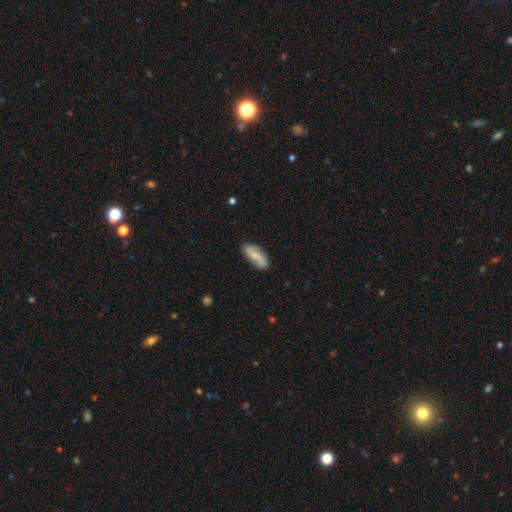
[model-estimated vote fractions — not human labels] A smooth galaxy with no disk features (54%) that is in between round and cigar-shaped (75%). Merging: none (77%).